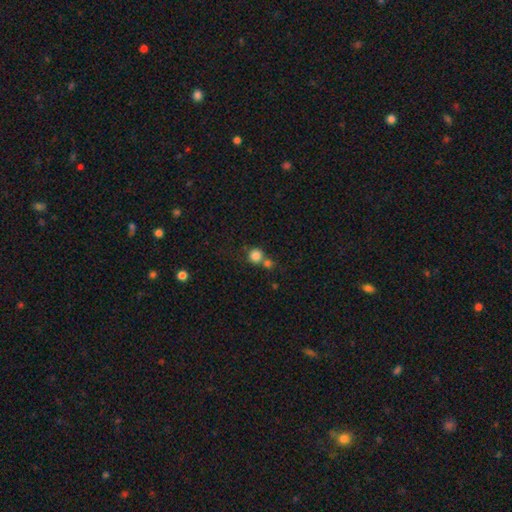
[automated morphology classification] Smooth or featured? smooth (82%)
How rounded? round (91%)
Merging? none (54%)